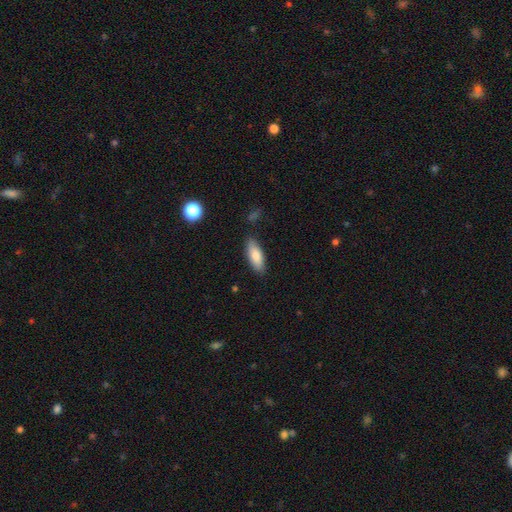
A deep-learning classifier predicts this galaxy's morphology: Smooth or featured? Predicted: smooth (p=0.82). How rounded? Predicted: in between (p=0.70). Merging? Predicted: none (p=0.84).